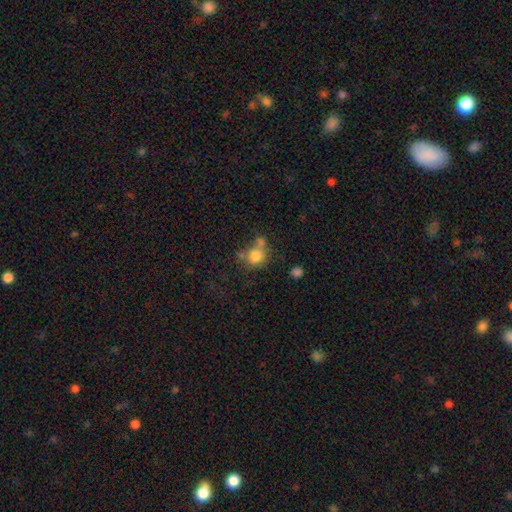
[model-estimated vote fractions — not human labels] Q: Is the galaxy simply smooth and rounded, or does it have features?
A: smooth — 79%.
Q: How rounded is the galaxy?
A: round — 82%.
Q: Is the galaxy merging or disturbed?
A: none — 46%.